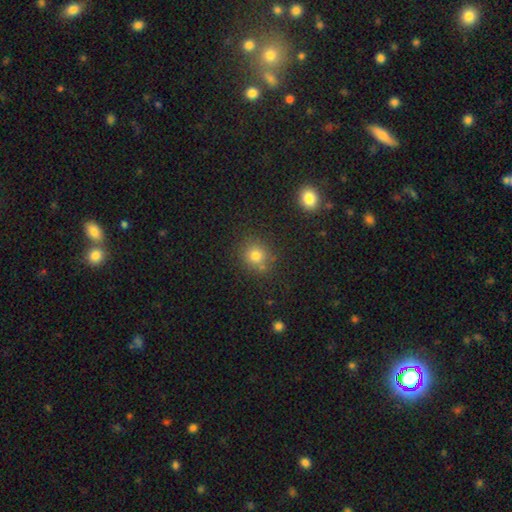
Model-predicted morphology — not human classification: This appears to be a smooth galaxy with no disk features (77%) that is round (85%). Merging: none (78%).